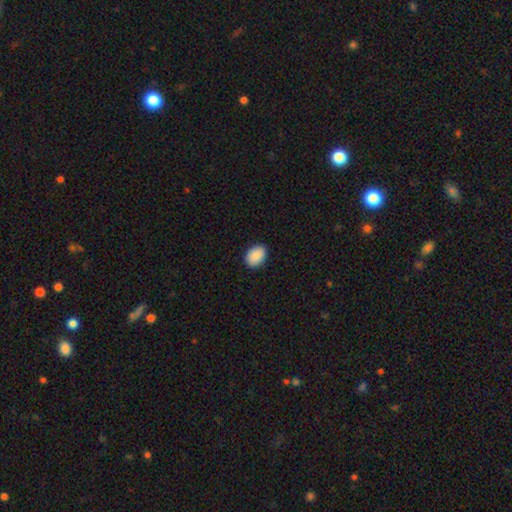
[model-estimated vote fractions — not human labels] smooth-or-featured: smooth: 89% | star or artifact: 7% | featured or disk: 4%
  how-rounded: in between: 76% | round: 23% | cigar-shaped: 1%
  merging: none: 90% | minor disturbance: 8% | major disturbance: 2% | merger: 1%